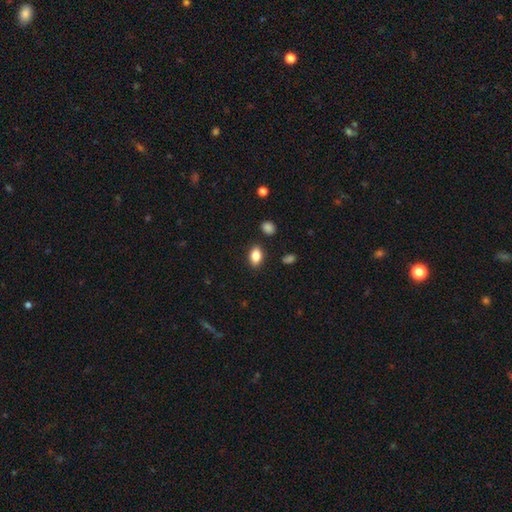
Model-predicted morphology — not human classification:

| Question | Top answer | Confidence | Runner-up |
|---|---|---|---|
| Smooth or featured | smooth | 85% | star or artifact (9%) |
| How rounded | in between | 85% | round (12%) |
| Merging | none | 86% | minor disturbance (9%) |